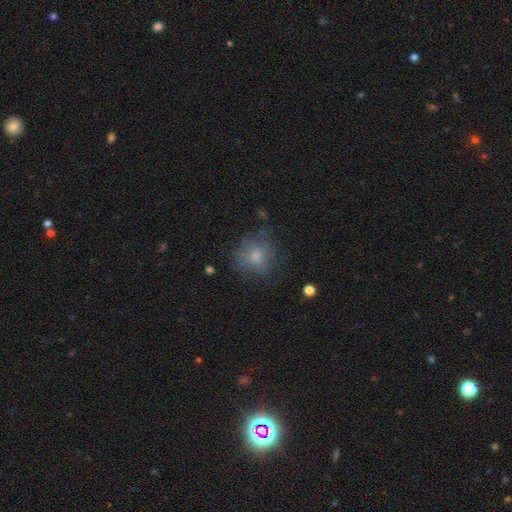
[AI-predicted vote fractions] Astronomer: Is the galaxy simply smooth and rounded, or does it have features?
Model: smooth — 66%.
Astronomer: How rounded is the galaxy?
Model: round — 84%.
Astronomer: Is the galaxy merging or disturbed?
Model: none — 69%.